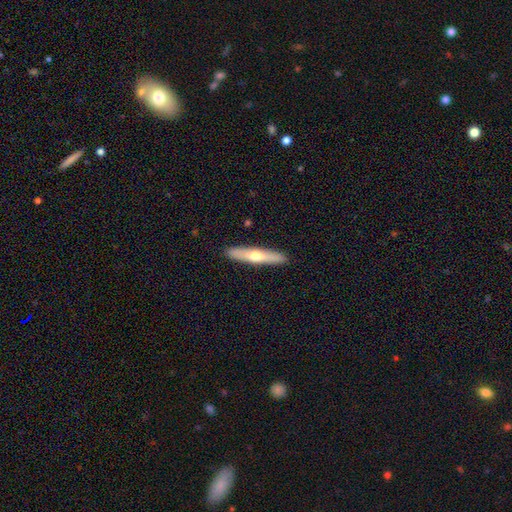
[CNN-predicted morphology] A smooth galaxy with no disk features (51%) that is cigar-shaped (88%). Merging: none (91%).